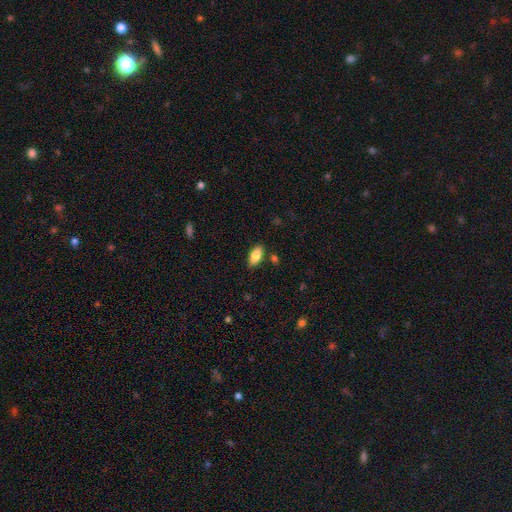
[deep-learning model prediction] A smooth galaxy with no disk features (81%) that is in between round and cigar-shaped (90%).

Vote fractions:
- Smooth or featured? smooth: 81% / featured or disk: 12% / star or artifact: 7%
- How rounded? in between: 90% / cigar-shaped: 7% / round: 2%
- Merging? none: 85% / minor disturbance: 10% / merger: 3% / major disturbance: 2%